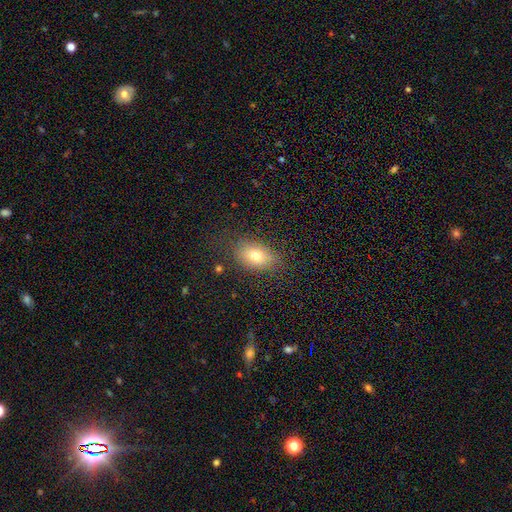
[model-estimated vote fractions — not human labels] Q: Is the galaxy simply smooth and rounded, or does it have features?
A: smooth — 74%.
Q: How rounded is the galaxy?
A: in between — 82%.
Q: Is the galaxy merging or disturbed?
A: none — 76%.